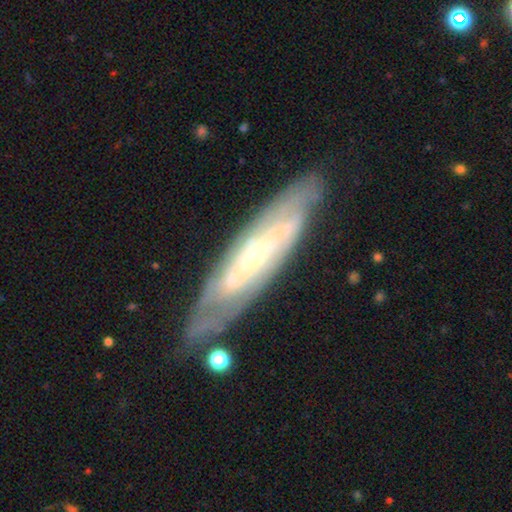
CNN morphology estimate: Smooth or featured? featured or disk (82%)
Edge-on disk? no (75%)
Bar? no (40%)
Spiral arms? yes (87%)
Spiral winding? tight (63%)
Spiral arm count? can't tell (46%)
Bulge size? small (72%)
Merging? none (77%)